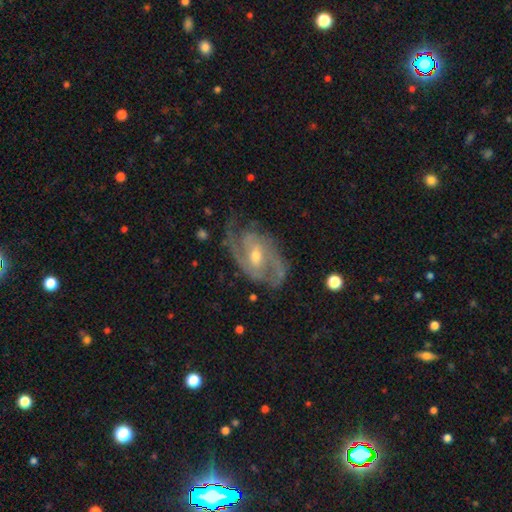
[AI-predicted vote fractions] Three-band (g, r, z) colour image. It shows a featured or disk galaxy (89%) with a weak bar (45%), 2 (71%) medium (48%) spiral arms (97%) and a moderate central bulge (51%). Merging: none (71%).